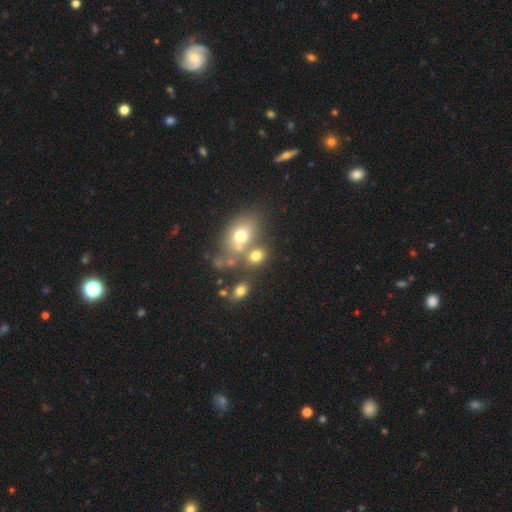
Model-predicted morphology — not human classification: The model was most divided on "merging" (2-way tie): merger: 41%, none: 41%, minor disturbance: 11%, major disturbance: 7%. More confident: smooth or featured — smooth (68%); how rounded — in between (54%).